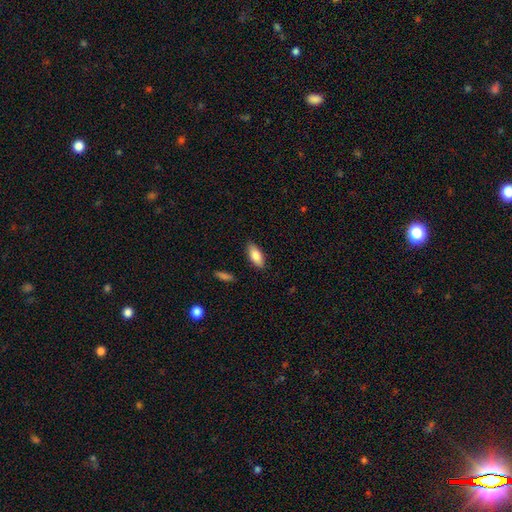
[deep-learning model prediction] Morphology: type=smooth (84%); roundness=in between (83%); merging=none (86%).